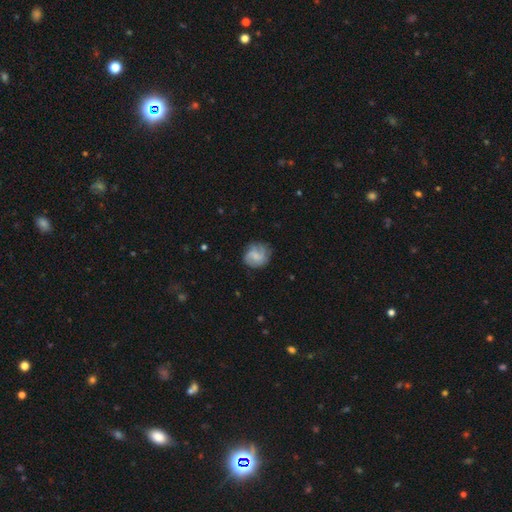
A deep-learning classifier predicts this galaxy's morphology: This appears to be a featured or disk galaxy (50%). Merging: none (68%).